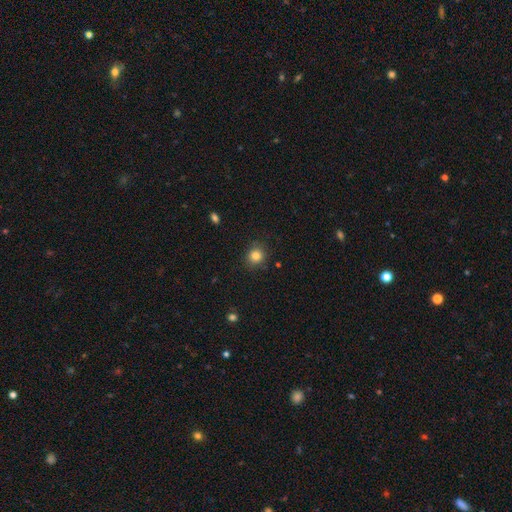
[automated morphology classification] Q: Smooth or featured?
A: smooth (82%); runner-up: star or artifact (12%)
Q: How rounded?
A: round (86%); runner-up: in between (14%)
Q: Merging?
A: none (86%); runner-up: minor disturbance (10%)